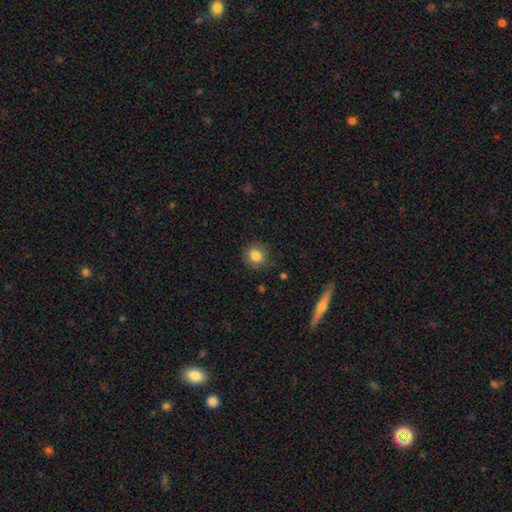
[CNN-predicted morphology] A smooth galaxy with no disk features (83%) that is round (87%). Merging: none (83%).